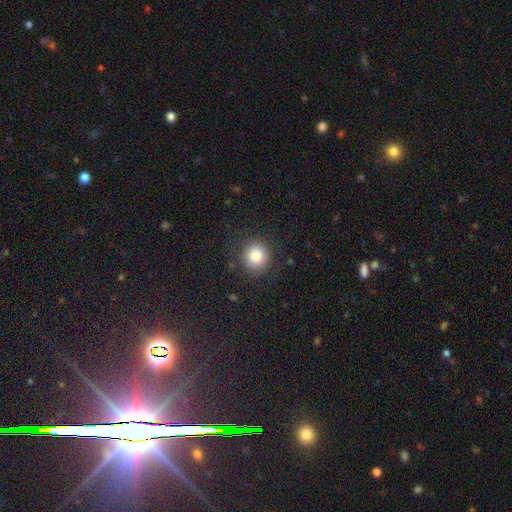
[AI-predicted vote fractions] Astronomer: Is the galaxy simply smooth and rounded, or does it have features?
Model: smooth — 84%.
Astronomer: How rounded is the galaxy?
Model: round — 86%.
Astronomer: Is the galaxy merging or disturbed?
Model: none — 86%.